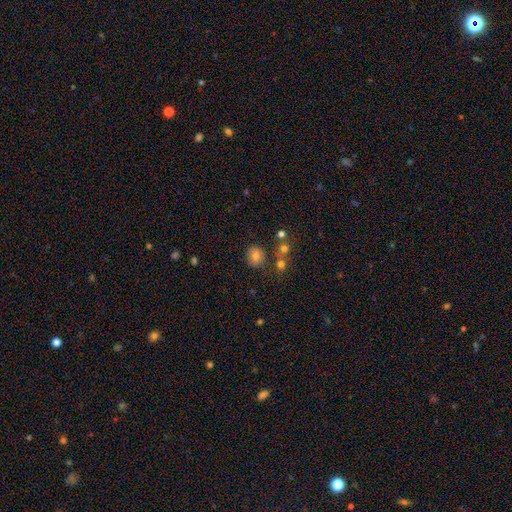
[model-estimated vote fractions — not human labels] This appears to be a smooth galaxy with no disk features (78%) that is round (76%). Merging: none (76%).